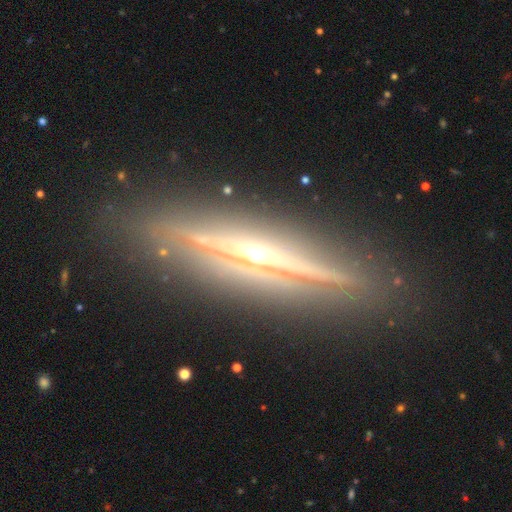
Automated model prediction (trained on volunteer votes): smooth-or-featured: featured or disk: 88% | smooth: 7% | star or artifact: 6%
  disk-edge-on: yes: 96% | no: 4%
    edge-on-bulge: rounded: 83% | none: 12% | boxy: 5%
  merging: none: 88% | minor disturbance: 8% | major disturbance: 2% | merger: 1%